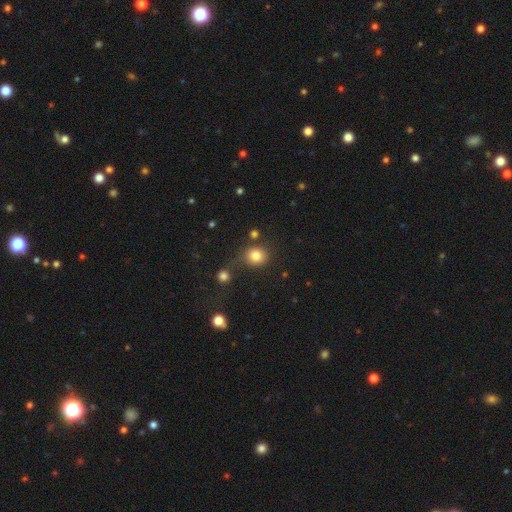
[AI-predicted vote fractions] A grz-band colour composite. It shows a smooth galaxy with no disk features (81%) that is round (79%). Merging: none (68%).